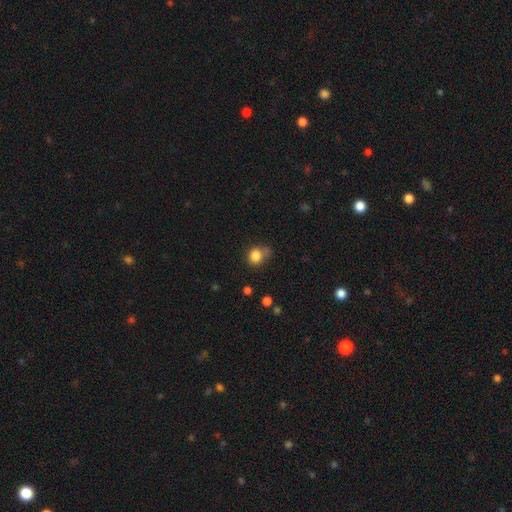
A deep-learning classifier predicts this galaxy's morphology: This is clearly a smooth galaxy (83%). How rounded: likely round (76%). Merging: possibly none (53%).